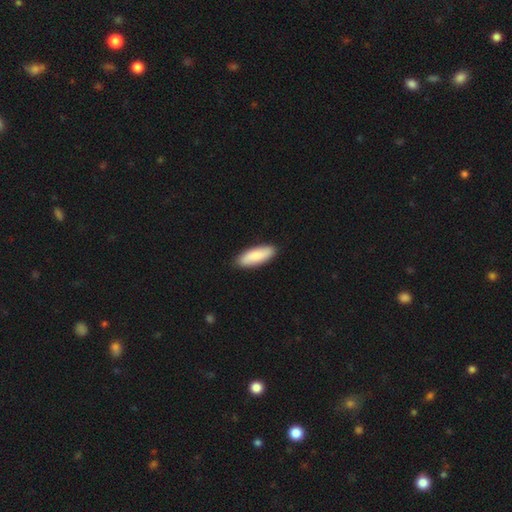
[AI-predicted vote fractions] A smooth galaxy with no disk features (81%) that is in between round and cigar-shaped (64%). Merging: none (89%).